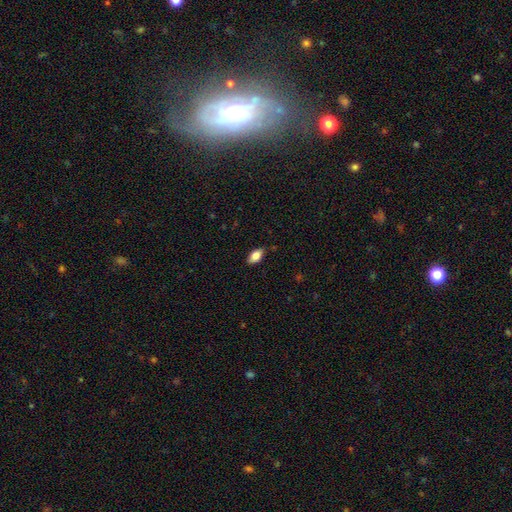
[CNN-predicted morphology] smooth_or_featured: smooth (p=0.81) [alt: featured or disk p=0.11]
how_rounded: in between (p=0.91) [alt: cigar-shaped p=0.05]
merging: none (p=0.84) [alt: minor disturbance p=0.13]